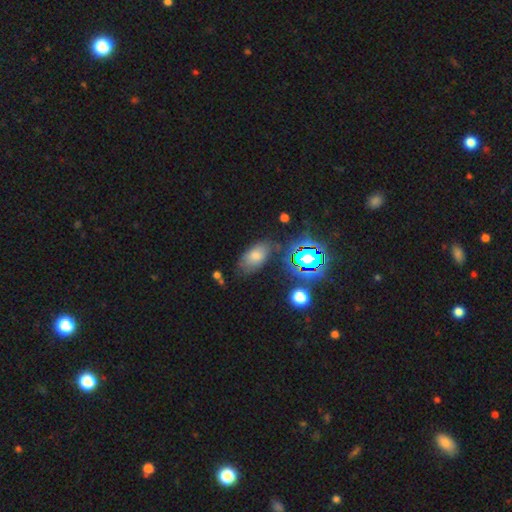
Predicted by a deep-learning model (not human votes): Q: Smooth or featured?
A: smooth (57%); runner-up: star or artifact (27%)
Q: How rounded?
A: in between (88%); runner-up: round (9%)
Q: Merging?
A: none (71%); runner-up: minor disturbance (18%)